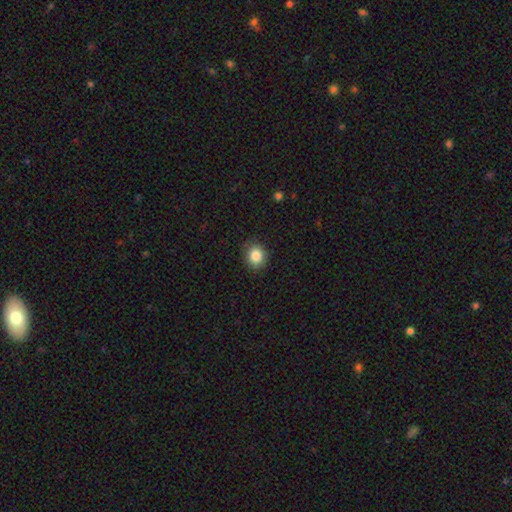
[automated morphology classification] Q: Smooth or featured?
A: smooth (85%); runner-up: star or artifact (9%)
Q: How rounded?
A: round (69%); runner-up: in between (30%)
Q: Merging?
A: none (86%); runner-up: minor disturbance (11%)